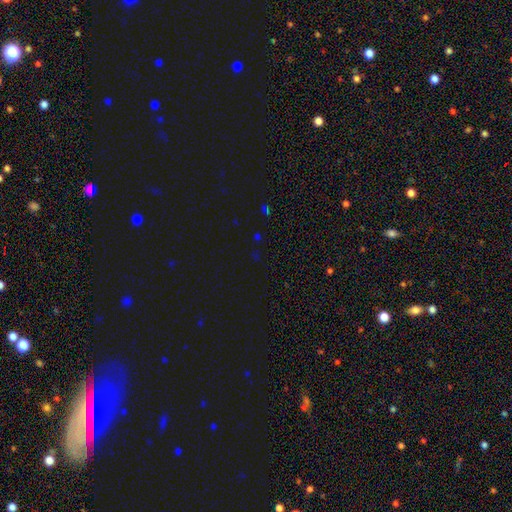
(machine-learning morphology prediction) Smooth or featured? Predicted: star or artifact (p=0.70).